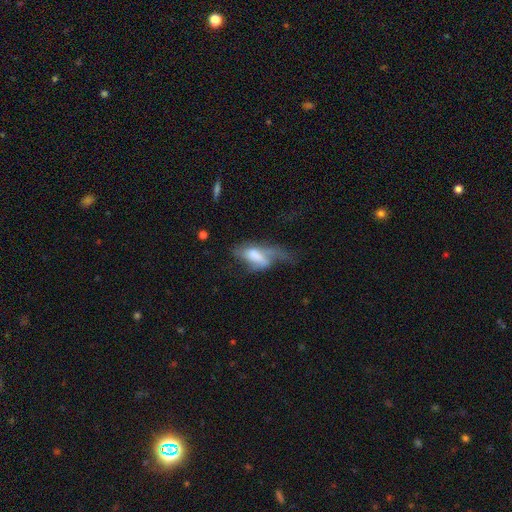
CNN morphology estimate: A smooth galaxy with no disk features (48%). Merging: major disturbance (55%).